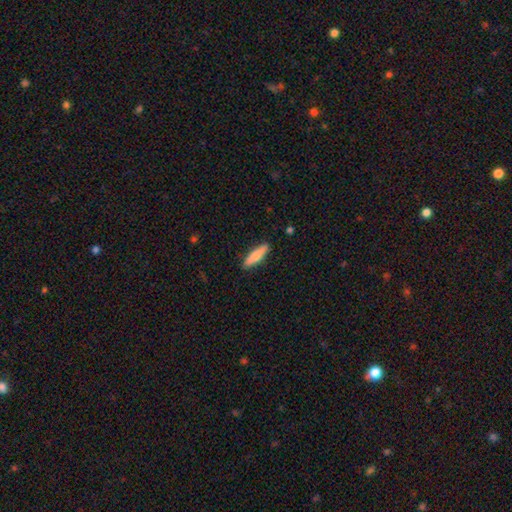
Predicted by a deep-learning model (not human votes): smooth_or_featured: smooth (p=0.77) [alt: featured or disk p=0.18]
how_rounded: cigar-shaped (p=0.77) [alt: in between p=0.22]
merging: none (p=0.89) [alt: minor disturbance p=0.09]